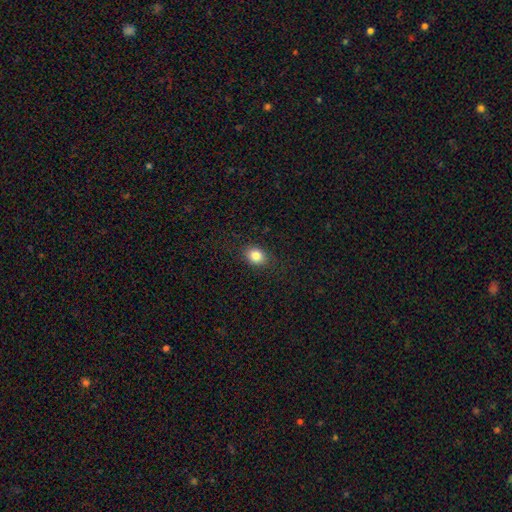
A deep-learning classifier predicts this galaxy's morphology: smooth_or_featured: smooth (p=0.84) [alt: star or artifact p=0.10]
how_rounded: round (p=0.50) [alt: in between p=0.49]
merging: none (p=0.86) [alt: minor disturbance p=0.10]